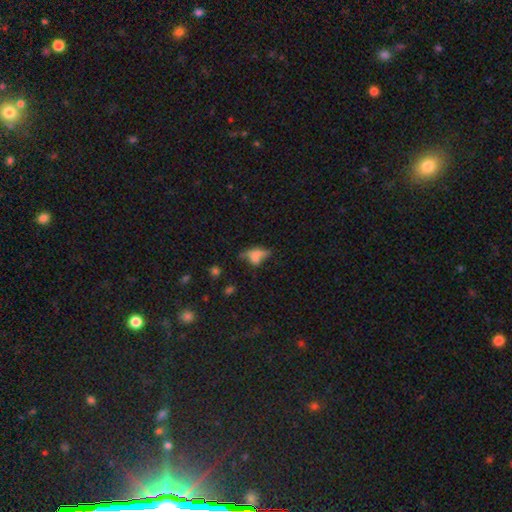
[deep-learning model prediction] smooth_or_featured: smooth (p=0.58) [alt: featured or disk p=0.26]
how_rounded: in between (p=0.68) [alt: cigar-shaped p=0.21]
merging: none (p=0.36) [alt: minor disturbance p=0.23]